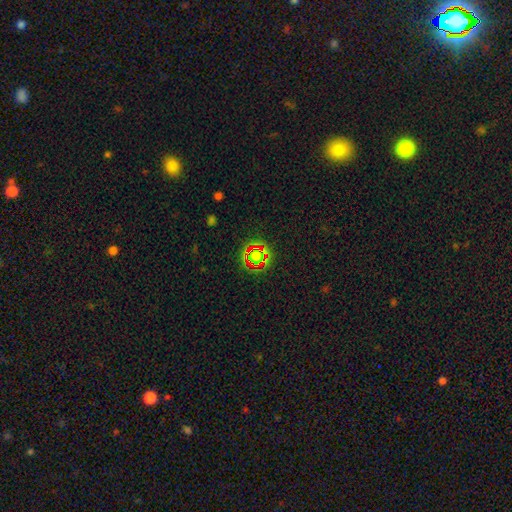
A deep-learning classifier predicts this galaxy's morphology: star or artifact 52%, smooth 32%, featured or disk 15%.